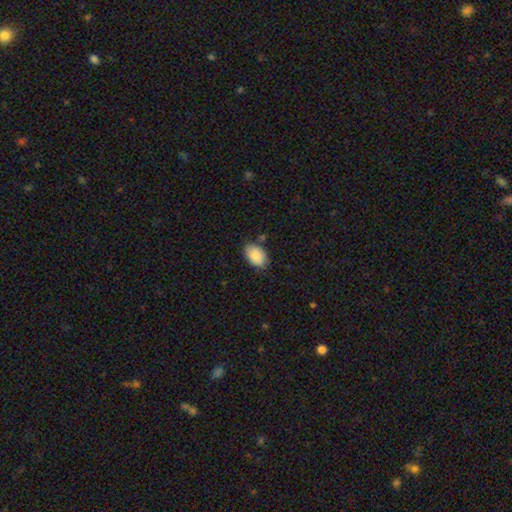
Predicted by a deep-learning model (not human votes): The model was most divided on "merging": none: 79%, minor disturbance: 15%, major disturbance: 3%, merger: 3%. More confident: how rounded — in between (90%); smooth or featured — smooth (88%).